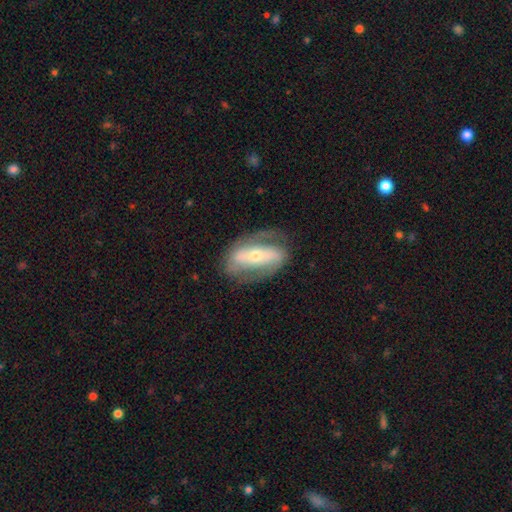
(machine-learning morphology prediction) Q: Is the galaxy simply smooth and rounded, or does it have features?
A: featured or disk — 73%.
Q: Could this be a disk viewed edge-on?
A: no — 89%.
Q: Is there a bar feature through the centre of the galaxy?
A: strong — 50%.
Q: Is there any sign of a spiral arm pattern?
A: yes — 74%.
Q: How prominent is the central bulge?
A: small — 47%.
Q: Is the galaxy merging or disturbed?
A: none — 69%.